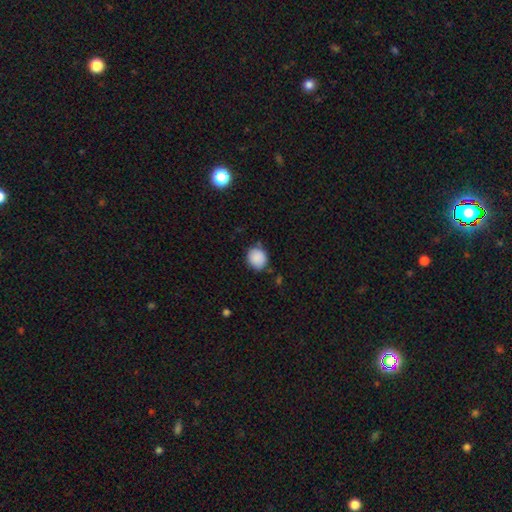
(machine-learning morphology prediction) Smooth or featured: smooth — 88% (star or artifact — 8%)
How rounded: round — 77% (in between — 22%)
Merging: none — 77% (minor disturbance — 17%)